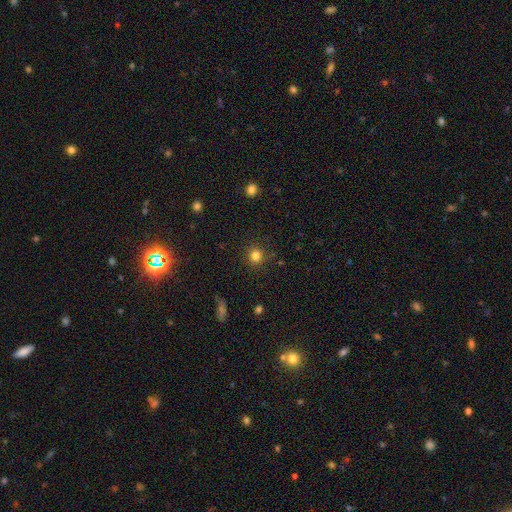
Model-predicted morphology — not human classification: The model was most divided on "smooth or featured": smooth: 82%, star or artifact: 13%, featured or disk: 5%. More confident: how rounded — round (92%); merging — none (87%).